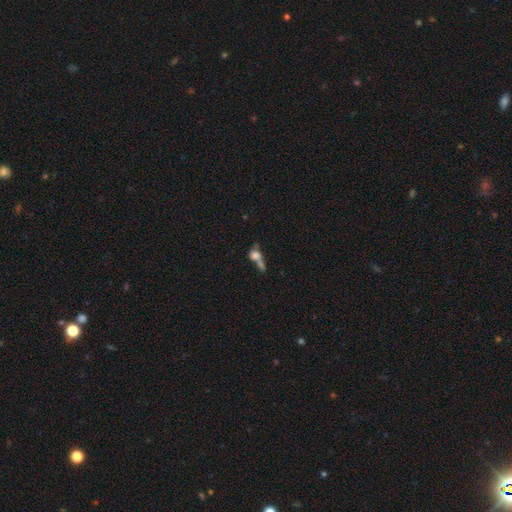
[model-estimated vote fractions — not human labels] Smooth or featured? Predicted: smooth (p=0.64). How rounded? Predicted: in between (p=0.47). Merging? Predicted: merger (p=0.60).